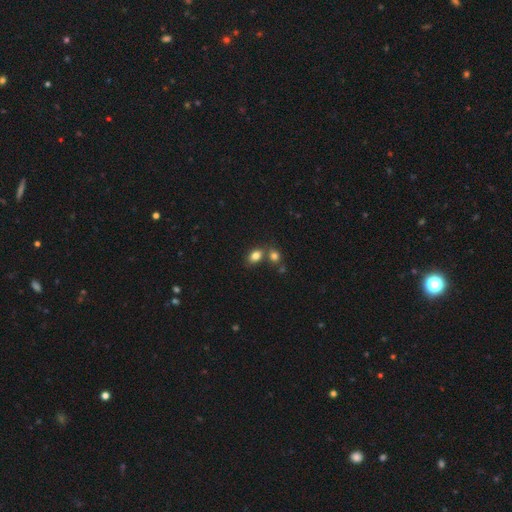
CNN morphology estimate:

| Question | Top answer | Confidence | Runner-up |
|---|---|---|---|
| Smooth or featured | smooth | 82% | star or artifact (11%) |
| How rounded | in between | 77% | round (22%) |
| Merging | none | 56% | merger (30%) |